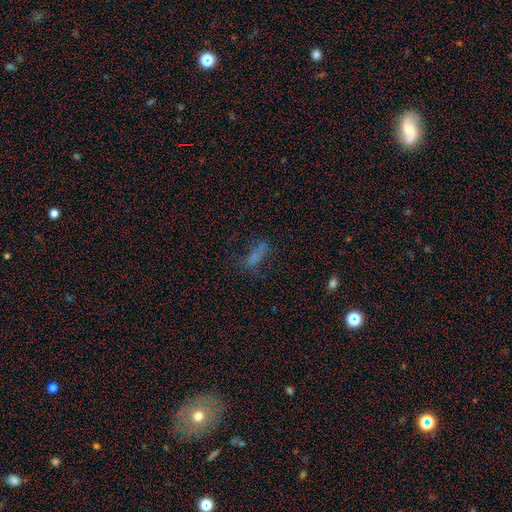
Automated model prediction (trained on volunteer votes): Morphology: type=smooth (50%); roundness=in between (60%); merging=none (47%).